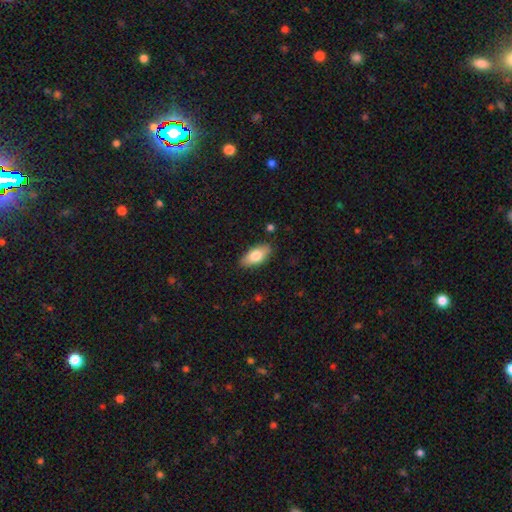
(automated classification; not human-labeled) This appears to be a smooth galaxy with no disk features (77%) that is in between round and cigar-shaped (88%). Merging: none (86%).